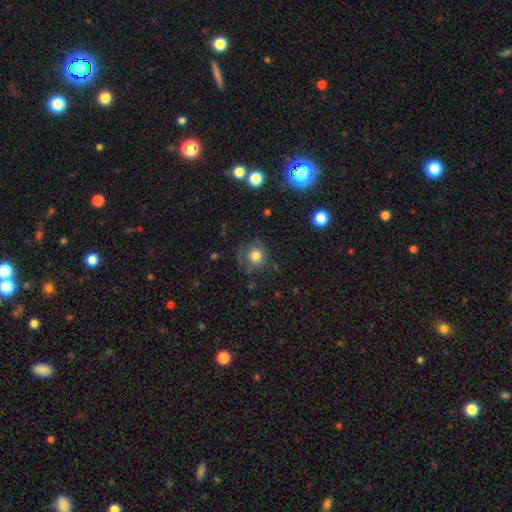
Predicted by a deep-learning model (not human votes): smooth 73%, featured or disk 16%, star or artifact 11%. Down the decision tree: how rounded — round (89%); merging — none (66%).